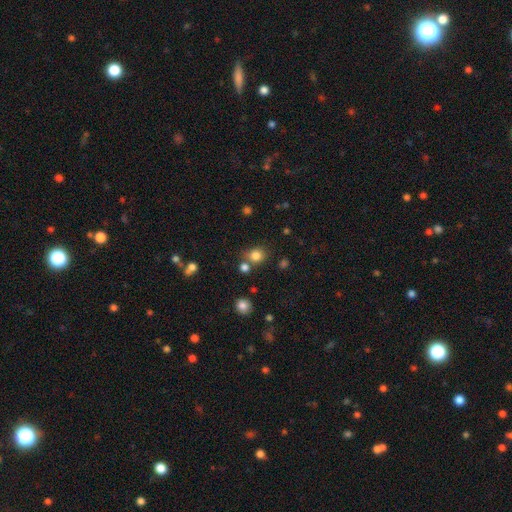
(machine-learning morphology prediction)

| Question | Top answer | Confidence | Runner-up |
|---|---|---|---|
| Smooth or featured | smooth | 81% | star or artifact (14%) |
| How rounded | round | 79% | in between (20%) |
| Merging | none | 69% | merger (16%) |